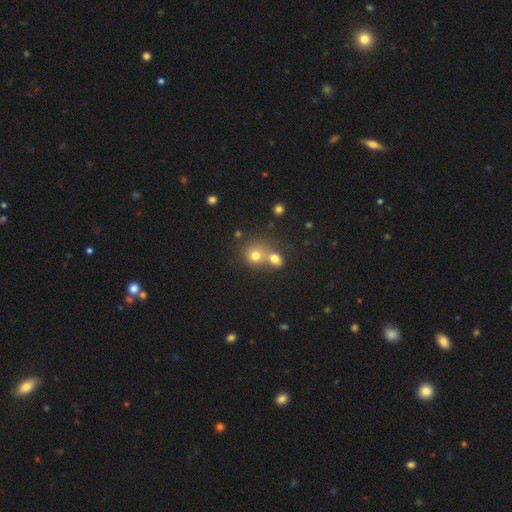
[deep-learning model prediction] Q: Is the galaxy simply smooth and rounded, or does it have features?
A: smooth — 74%.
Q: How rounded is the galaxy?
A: round — 81%.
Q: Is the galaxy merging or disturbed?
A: merger — 49%.